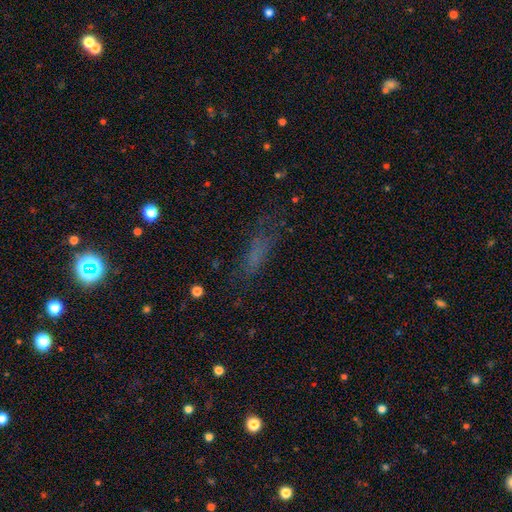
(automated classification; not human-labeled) This appears to be a smooth galaxy with no disk features (59%) that is cigar-shaped (58%). Merging: none (60%).